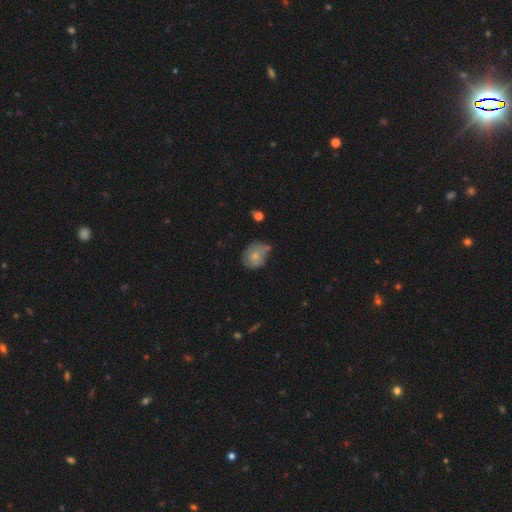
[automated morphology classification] This appears to be a smooth galaxy with no disk features (72%) that is round (61%). Merging: none (51%).